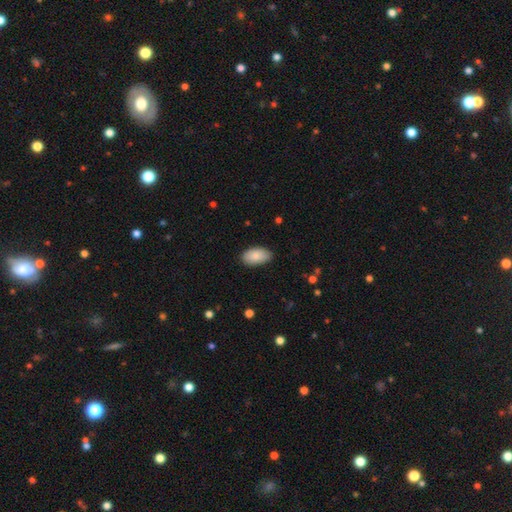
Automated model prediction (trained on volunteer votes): The model was most divided on "merging": none: 86%, minor disturbance: 11%, major disturbance: 2%, merger: 1%. More confident: how rounded — in between (95%); smooth or featured — smooth (86%).